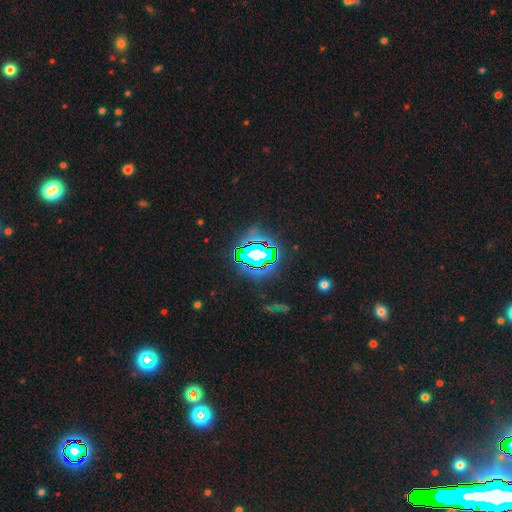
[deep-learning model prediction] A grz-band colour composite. It shows a star or artifact, not a galaxy (80%).